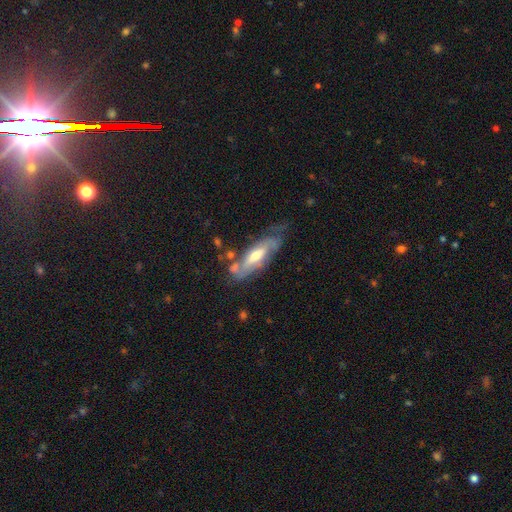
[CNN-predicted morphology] type=featured or disk (67%); edge-on=no (68%); merging=none (49%).